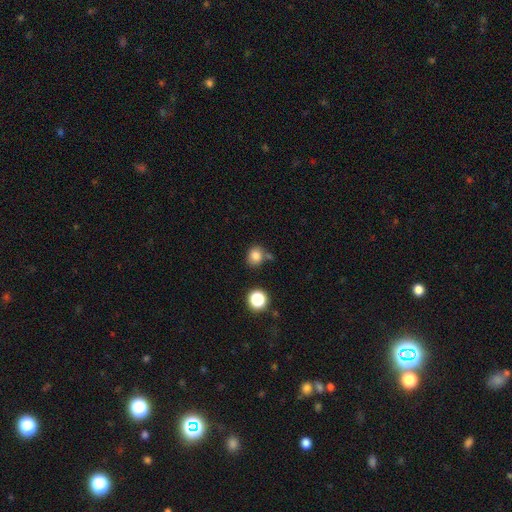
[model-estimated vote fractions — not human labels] smooth 81%, star or artifact 13%, featured or disk 6%. Down the decision tree: how rounded — round (73%); merging — none (67%).